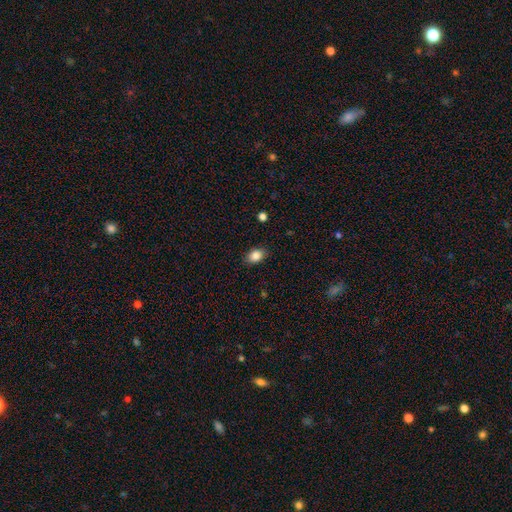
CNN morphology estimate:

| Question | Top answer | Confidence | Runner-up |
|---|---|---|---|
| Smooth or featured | smooth | 86% | star or artifact (9%) |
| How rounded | in between | 77% | round (21%) |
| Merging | none | 87% | minor disturbance (10%) |